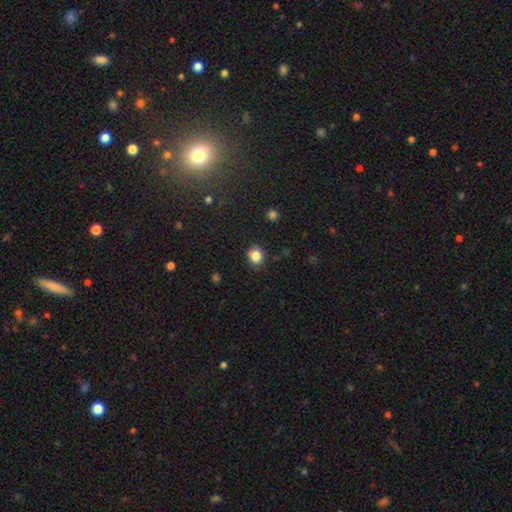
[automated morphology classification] Q: Smooth or featured?
A: smooth (85%); runner-up: star or artifact (11%)
Q: How rounded?
A: round (73%); runner-up: in between (26%)
Q: Merging?
A: none (85%); runner-up: minor disturbance (11%)